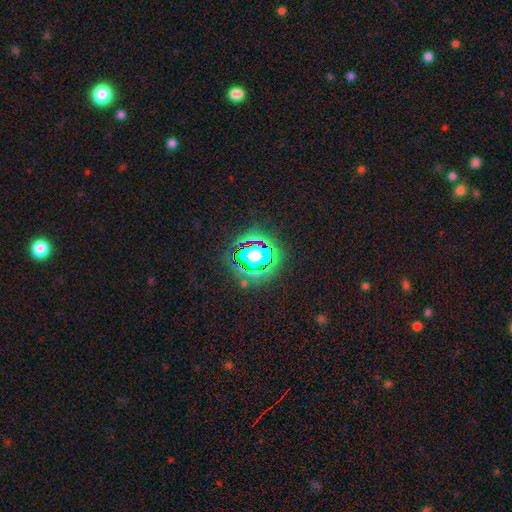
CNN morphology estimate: star or artifact 80%, smooth 13%, featured or disk 7%.